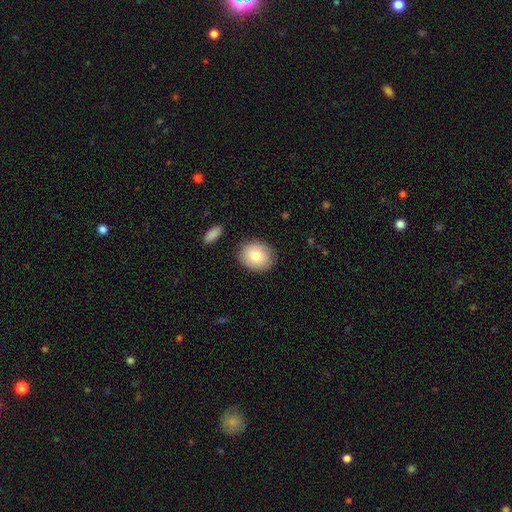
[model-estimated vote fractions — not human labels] smooth-or-featured: smooth: 81% | featured or disk: 12% | star or artifact: 7%
  how-rounded: round: 57% | in between: 42% | cigar-shaped: 1%
  merging: none: 83% | minor disturbance: 12% | major disturbance: 3% | merger: 2%